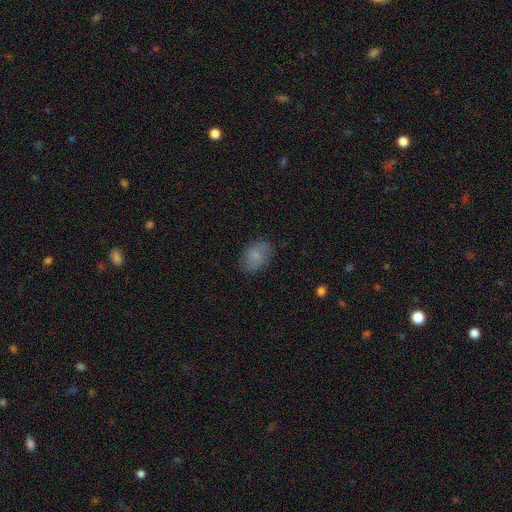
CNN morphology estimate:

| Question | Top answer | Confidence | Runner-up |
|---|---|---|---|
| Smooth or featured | smooth | 75% | featured or disk (16%) |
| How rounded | in between | 77% | round (22%) |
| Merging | none | 75% | minor disturbance (18%) |